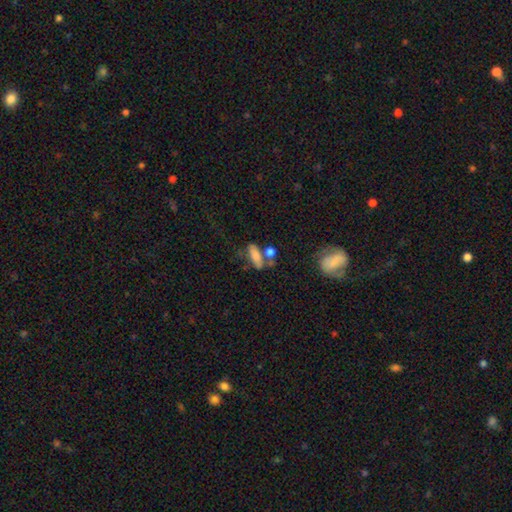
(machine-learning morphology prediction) smooth_or_featured: smooth (p=0.76) [alt: featured or disk p=0.15]
how_rounded: in between (p=0.62) [alt: cigar-shaped p=0.33]
merging: none (p=0.44) [alt: merger p=0.27]